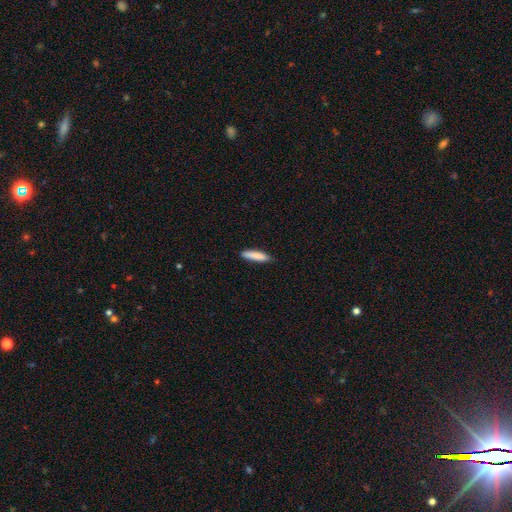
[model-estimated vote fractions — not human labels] Smooth or featured? smooth (87%)
How rounded? cigar-shaped (78%)
Merging? none (87%)